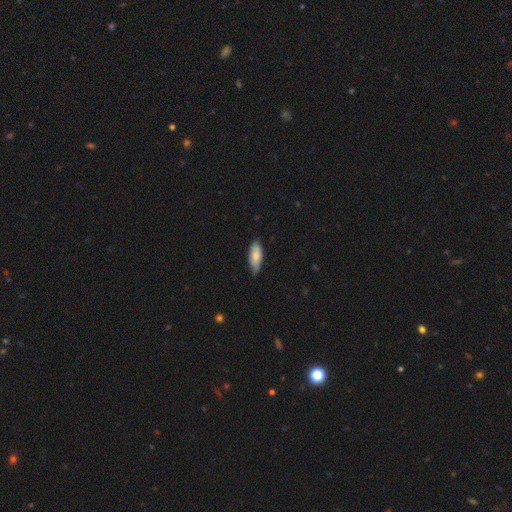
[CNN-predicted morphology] Smooth or featured? Predicted: smooth (p=0.78). How rounded? Predicted: in between (p=0.76). Merging? Predicted: none (p=0.77).